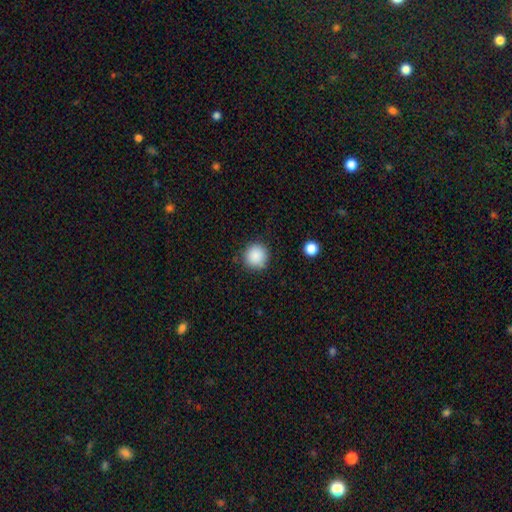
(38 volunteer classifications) Q: Smooth or featured?
A: smooth (97%); runner-up: star or artifact (3%)
Q: How rounded?
A: round (95%); runner-up: in between (5%)
Q: Merging?
A: none (89%); runner-up: minor disturbance (5%)